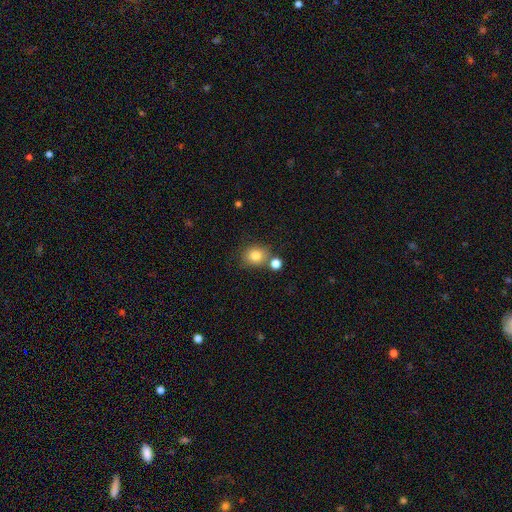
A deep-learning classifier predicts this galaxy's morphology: Smooth or featured?
  - smooth: 82% *
  - star or artifact: 11%
  - featured or disk: 7%
How rounded?
  - round: 73% *
  - in between: 26%
  - cigar-shaped: 1%
Merging?
  - none: 69% *
  - merger: 16%
  - minor disturbance: 12%
  - major disturbance: 4%